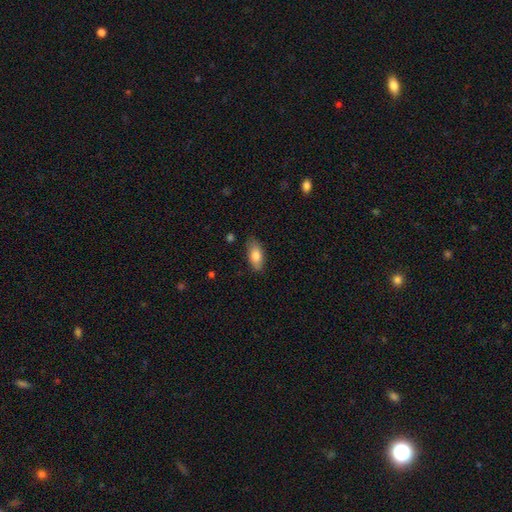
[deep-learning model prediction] smooth 80%, featured or disk 14%, star or artifact 7%. Down the decision tree: how rounded — in between (86%); merging — none (81%).